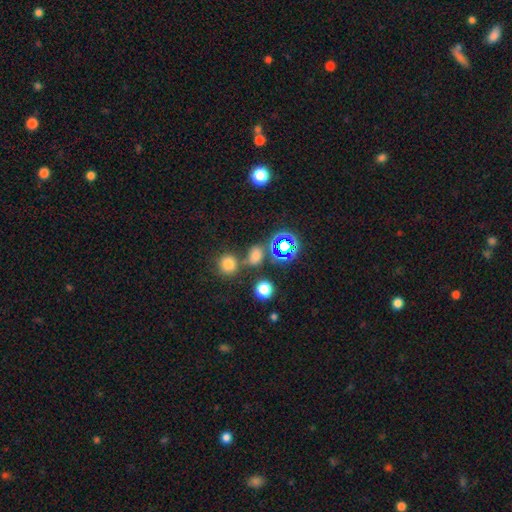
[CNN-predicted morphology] Smooth or featured?
  - smooth: 57% *
  - star or artifact: 35%
  - featured or disk: 8%
How rounded?
  - round: 52% *
  - in between: 46%
  - cigar-shaped: 2%
Merging?
  - none: 58% *
  - merger: 25%
  - minor disturbance: 11%
  - major disturbance: 6%